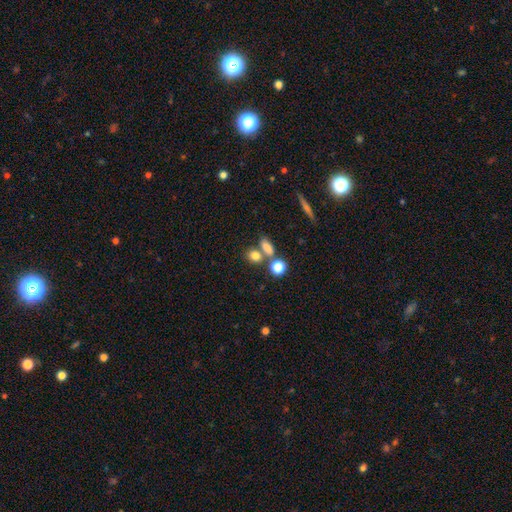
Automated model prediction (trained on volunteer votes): Smooth or featured?
  - smooth: 77% *
  - star or artifact: 13%
  - featured or disk: 10%
How rounded?
  - round: 51% *
  - in between: 46%
  - cigar-shaped: 3%
Merging?
  - none: 53% *
  - merger: 32%
  - minor disturbance: 10%
  - major disturbance: 4%